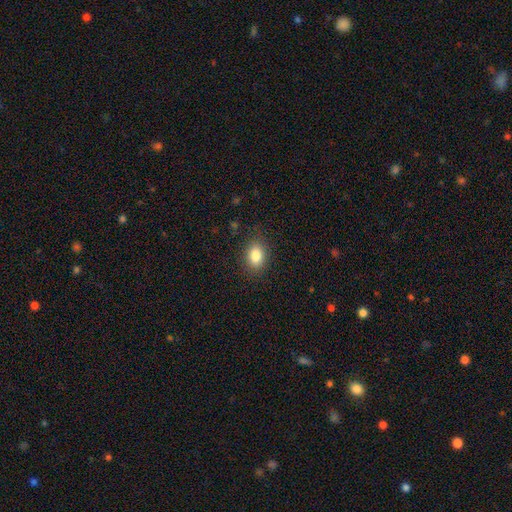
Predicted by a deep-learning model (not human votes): Overall: smooth (84%). How rounded: in between (76%). Merging: none (86%).